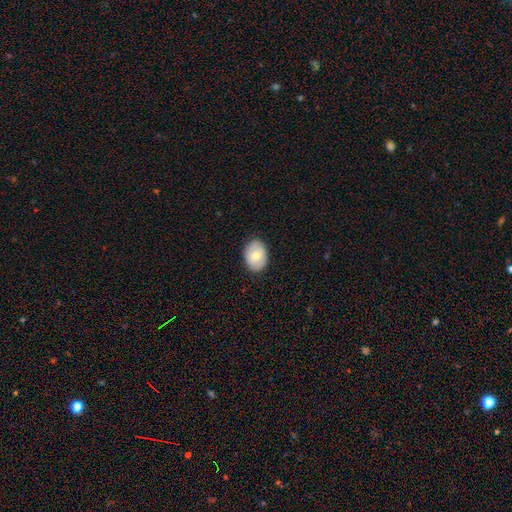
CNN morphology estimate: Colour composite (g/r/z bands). It shows a smooth galaxy with no disk features (69%) that is in between round and cigar-shaped (71%). Merging: none (85%).